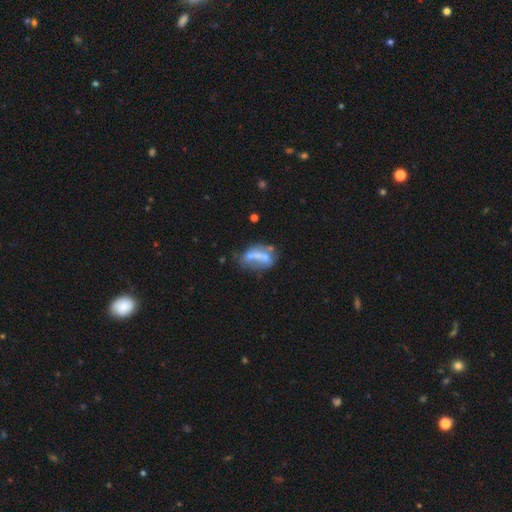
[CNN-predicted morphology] This is possibly a featured or disk galaxy (47%). Merging: marginally merger (34%).